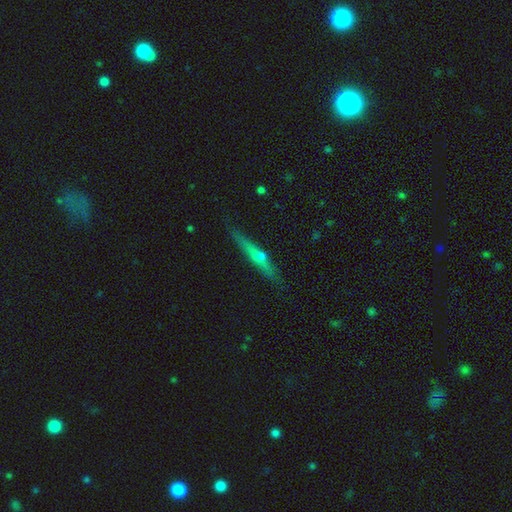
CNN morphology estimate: This appears to be a featured or disk galaxy (65%) viewed edge-on (96%) with a rounded central bulge (72%). Merging: none (86%).